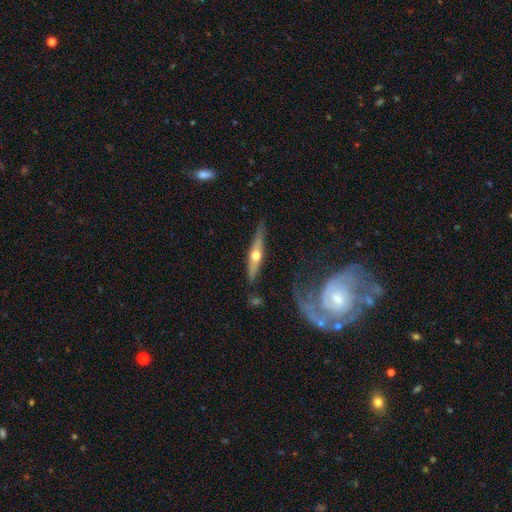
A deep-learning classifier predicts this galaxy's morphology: type=featured or disk (62%); edge-on=yes (90%); edge-on bulge=rounded (92%); merging=none (79%).